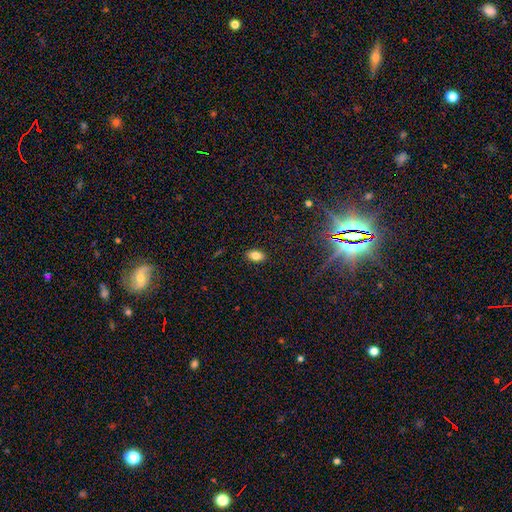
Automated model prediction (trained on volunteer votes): A smooth galaxy with no disk features (81%) that is in between round and cigar-shaped (89%). Merging: none (88%).